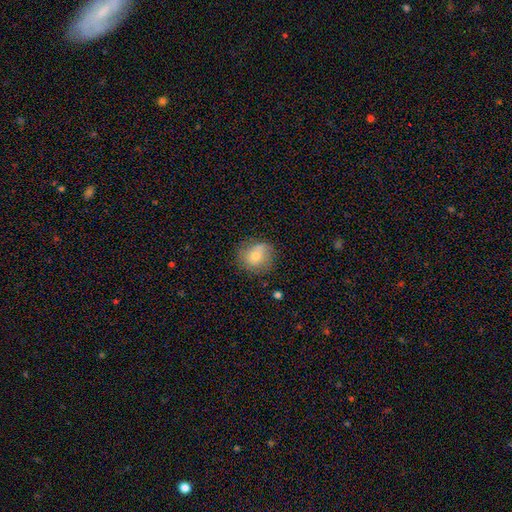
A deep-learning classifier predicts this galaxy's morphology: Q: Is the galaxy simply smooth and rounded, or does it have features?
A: smooth — 73%.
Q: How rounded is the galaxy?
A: round — 77%.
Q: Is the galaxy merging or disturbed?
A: none — 66%.